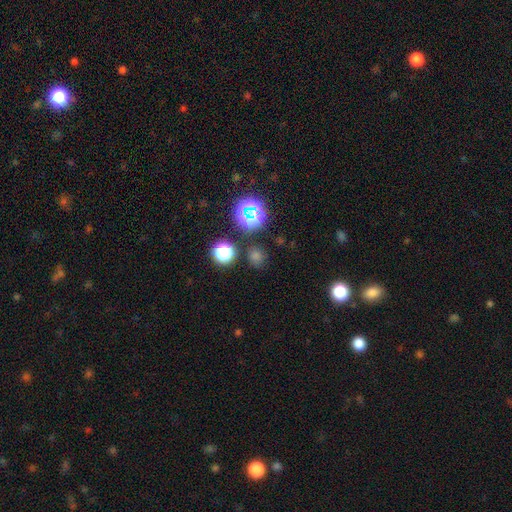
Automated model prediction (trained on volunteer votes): This appears to be a smooth galaxy with no disk features (57%) that is round (85%). Merging: none (83%).